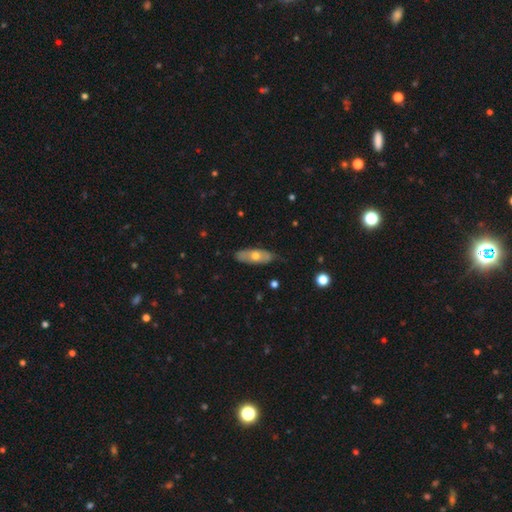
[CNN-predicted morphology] Smooth or featured? Predicted: smooth (p=0.54). How rounded? Predicted: in between (p=0.71). Merging? Predicted: none (p=0.78).